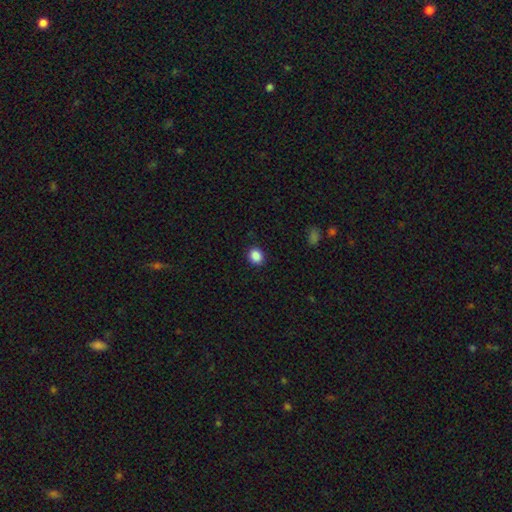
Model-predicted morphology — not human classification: The model was most divided on "how rounded": round: 60%, in between: 39%, cigar-shaped: 1%. More confident: merging — none (89%); smooth or featured — smooth (88%).